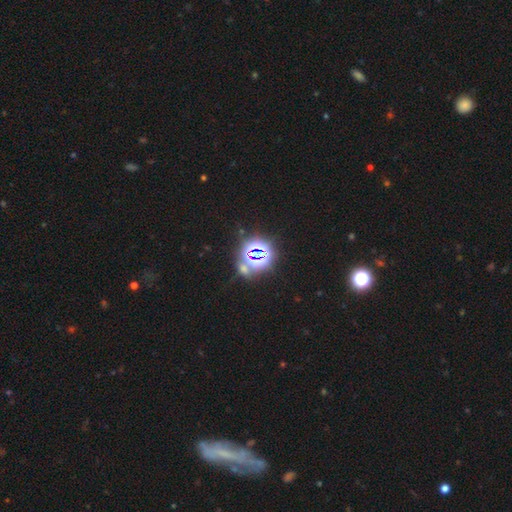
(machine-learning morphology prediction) The model was most divided on "smooth or featured": star or artifact: 72%, smooth: 19%, featured or disk: 9%.